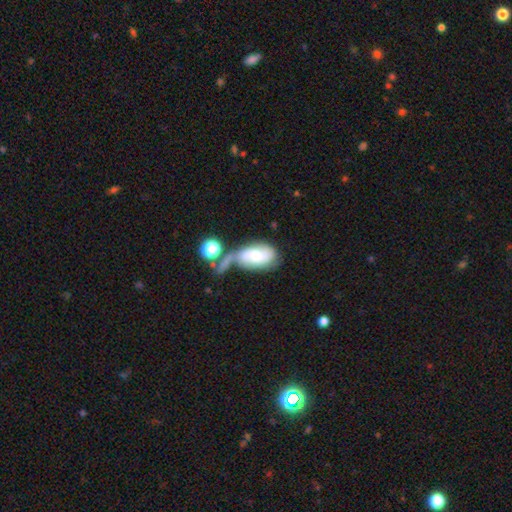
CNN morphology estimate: This is possibly a featured or disk galaxy (47%). Merging: marginally merger (34%).